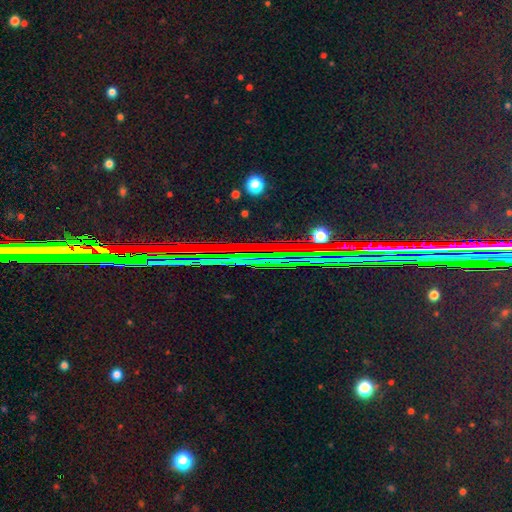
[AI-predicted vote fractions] The model was most divided on "smooth or featured": star or artifact: 82%, featured or disk: 9%, smooth: 8%.